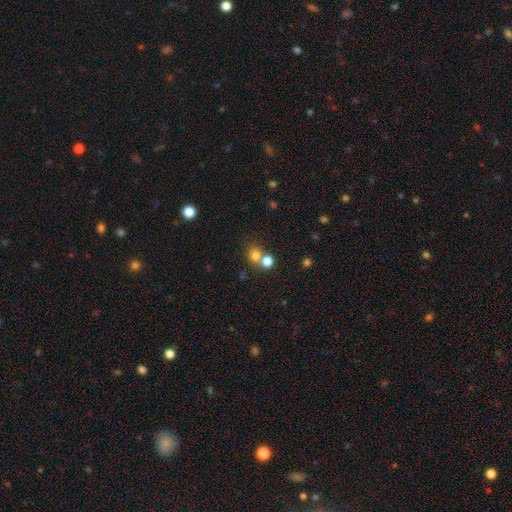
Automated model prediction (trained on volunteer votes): smooth-or-featured: smooth: 75% | star or artifact: 16% | featured or disk: 8%
  how-rounded: round: 80% | in between: 19% | cigar-shaped: 1%
  merging: none: 53% | merger: 36% | minor disturbance: 7% | major disturbance: 4%